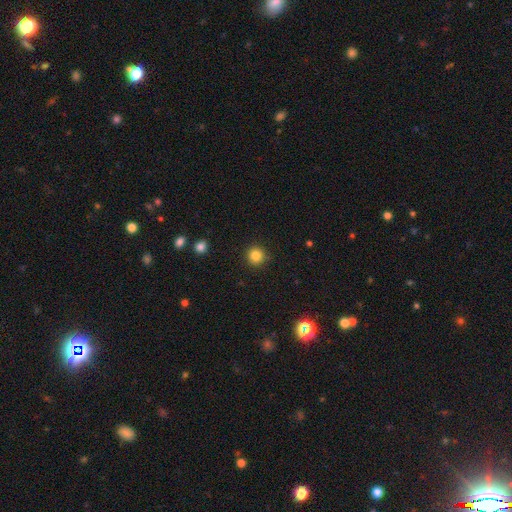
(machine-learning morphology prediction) smooth-or-featured: smooth: 83% | star or artifact: 12% | featured or disk: 5%
  how-rounded: round: 94% | in between: 5% | cigar-shaped: 1%
  merging: none: 91% | minor disturbance: 6% | major disturbance: 2% | merger: 1%